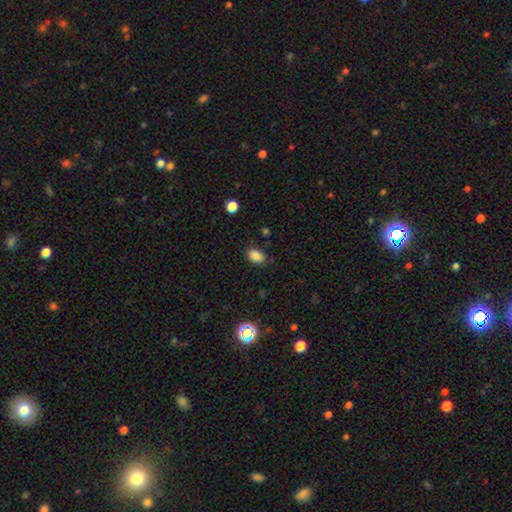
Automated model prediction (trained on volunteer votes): Overall: smooth (84%). How rounded: in between (85%). Merging: none (82%).